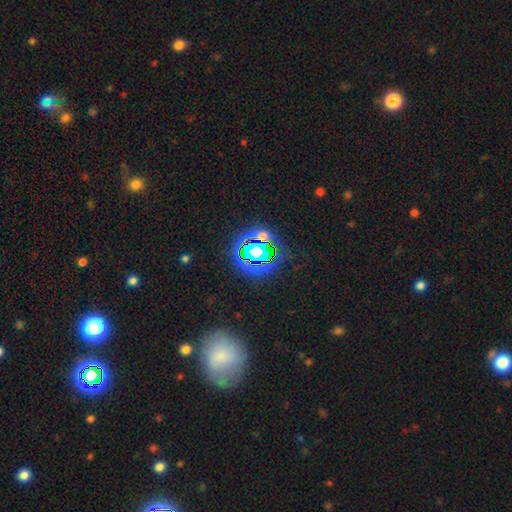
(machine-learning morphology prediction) star or artifact 70%, smooth 19%, featured or disk 10%.